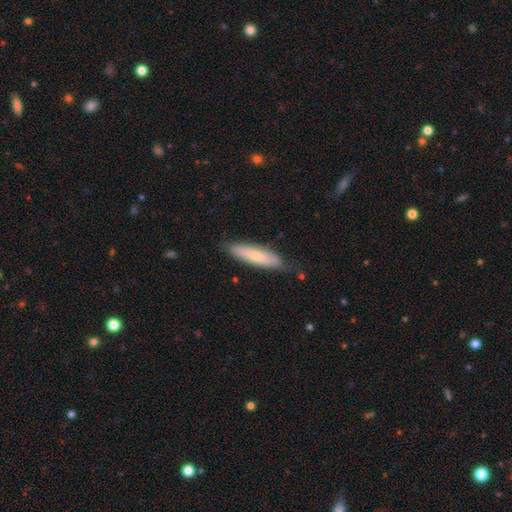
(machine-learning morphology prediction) A smooth galaxy with no disk features (70%) that is cigar-shaped (75%). Merging: none (79%).